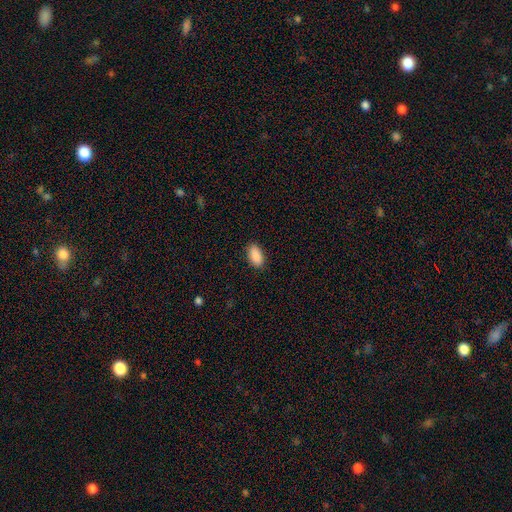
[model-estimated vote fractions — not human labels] smooth 90%, star or artifact 7%, featured or disk 3%. Down the decision tree: how rounded — in between (92%); merging — none (88%).